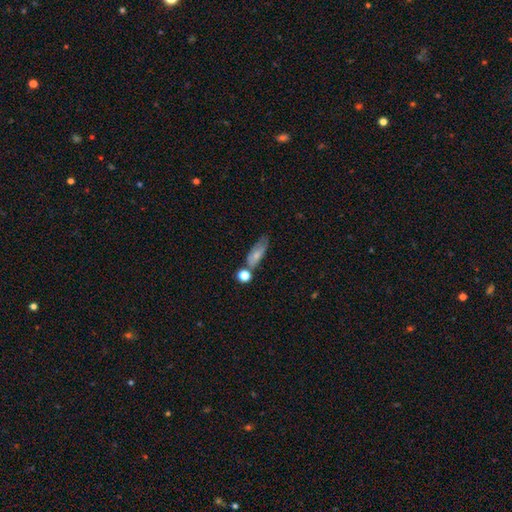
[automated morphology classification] A smooth galaxy with no disk features (72%) that is in between round and cigar-shaped (65%). Merging: none (45%).